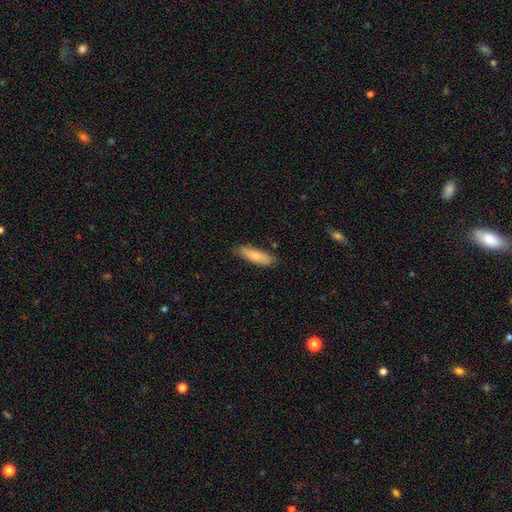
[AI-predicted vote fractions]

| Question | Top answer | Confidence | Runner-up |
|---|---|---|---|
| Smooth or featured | smooth | 82% | featured or disk (12%) |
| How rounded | cigar-shaped | 57% | in between (42%) |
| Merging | none | 80% | minor disturbance (16%) |